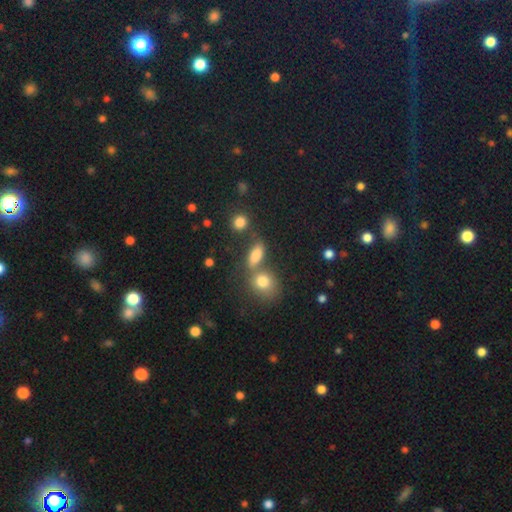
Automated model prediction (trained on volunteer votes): A smooth galaxy with no disk features (74%) that is in between round and cigar-shaped (66%).

Vote fractions:
- Smooth or featured? smooth: 74% / star or artifact: 14% / featured or disk: 12%
- How rounded? in between: 66% / round: 19% / cigar-shaped: 15%
- Merging? none: 51% / merger: 30% / minor disturbance: 13% / major disturbance: 6%